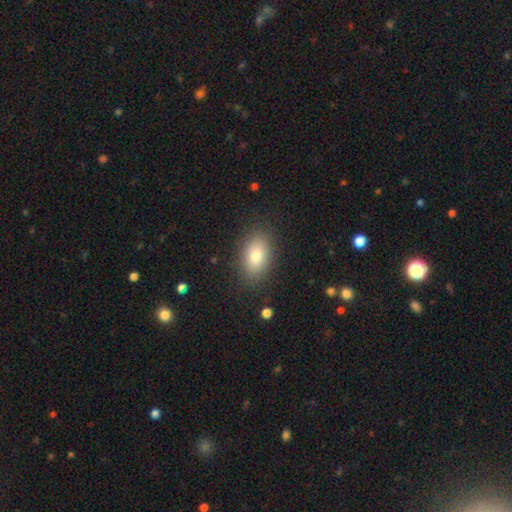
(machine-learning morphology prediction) The model was most divided on "smooth or featured": smooth: 80%, featured or disk: 11%, star or artifact: 9%. More confident: how rounded — in between (89%); merging — none (86%).